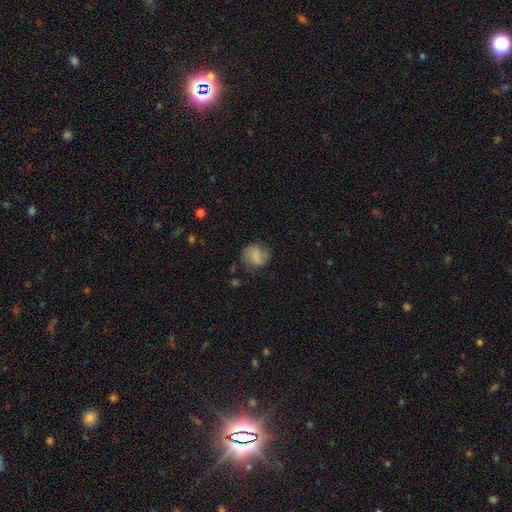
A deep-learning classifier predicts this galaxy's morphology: Smooth or featured?
  - smooth: 57% *
  - featured or disk: 34%
  - star or artifact: 8%
How rounded?
  - round: 76% *
  - in between: 23%
  - cigar-shaped: 1%
Merging?
  - none: 74% *
  - minor disturbance: 17%
  - major disturbance: 7%
  - merger: 2%